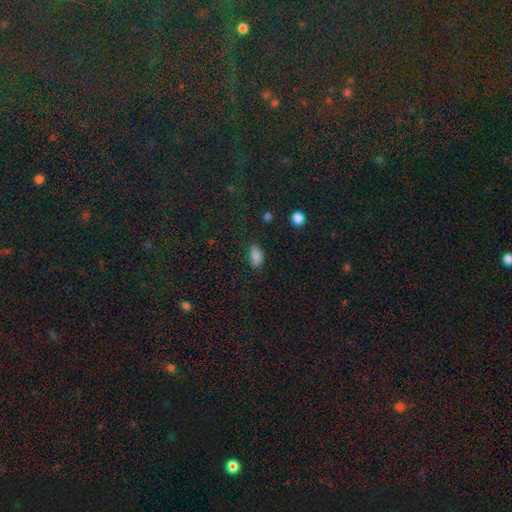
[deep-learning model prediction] This appears to be a smooth galaxy with no disk features (84%) that is in between round and cigar-shaped (91%). Merging: none (79%).